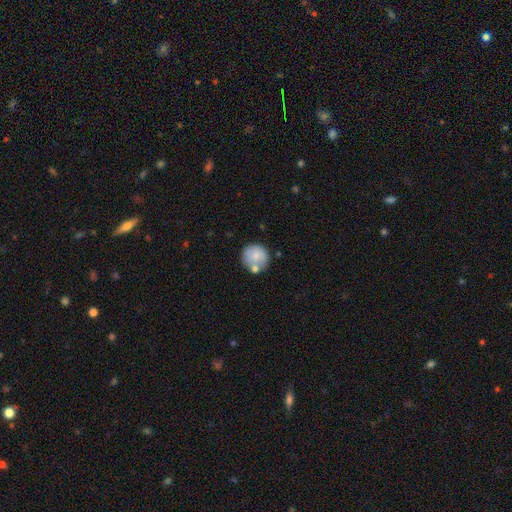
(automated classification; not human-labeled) smooth-or-featured: smooth: 78% | featured or disk: 15% | star or artifact: 7%
  how-rounded: round: 91% | in between: 8% | cigar-shaped: 1%
  merging: none: 67% | minor disturbance: 15% | merger: 14% | major disturbance: 4%